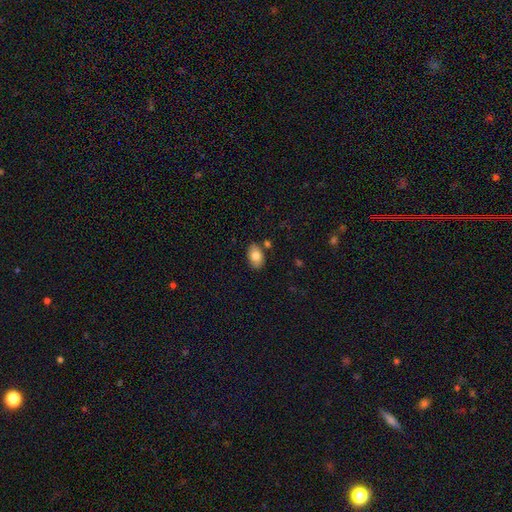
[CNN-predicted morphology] Q: Smooth or featured?
A: smooth (81%); runner-up: featured or disk (12%)
Q: How rounded?
A: in between (90%); runner-up: round (9%)
Q: Merging?
A: none (81%); runner-up: minor disturbance (11%)